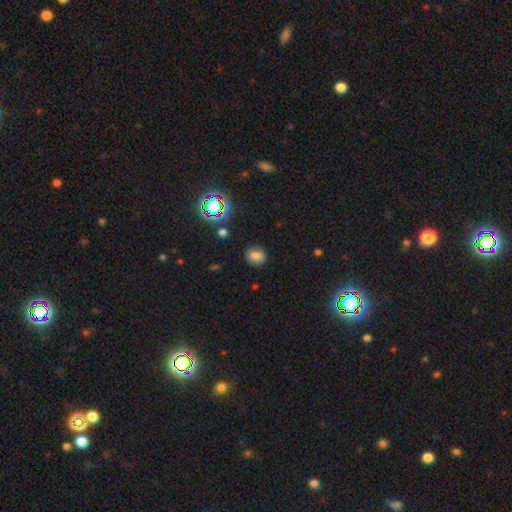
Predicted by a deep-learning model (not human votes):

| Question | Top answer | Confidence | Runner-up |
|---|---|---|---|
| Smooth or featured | smooth | 75% | star or artifact (17%) |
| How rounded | round | 62% | in between (36%) |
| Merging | none | 84% | minor disturbance (11%) |